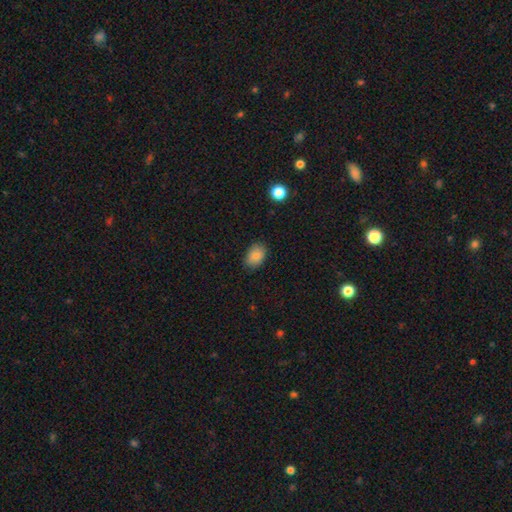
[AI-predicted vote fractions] The model was most divided on "how rounded": in between: 79%, round: 19%, cigar-shaped: 1%. More confident: smooth or featured — smooth (84%); merging — none (83%).